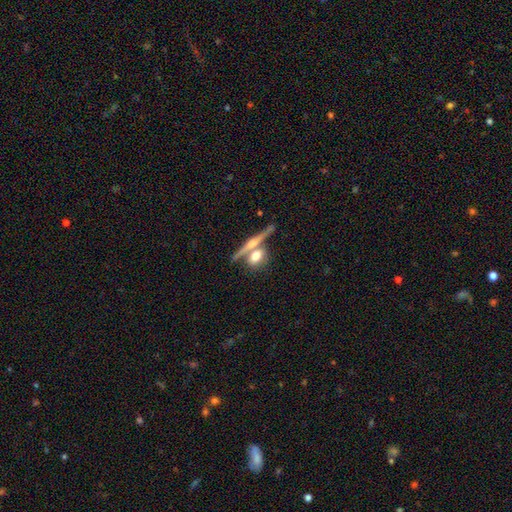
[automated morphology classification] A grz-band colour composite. It shows a smooth galaxy with no disk features (51%) that is in between round and cigar-shaped (40%). Merging: none (50%).